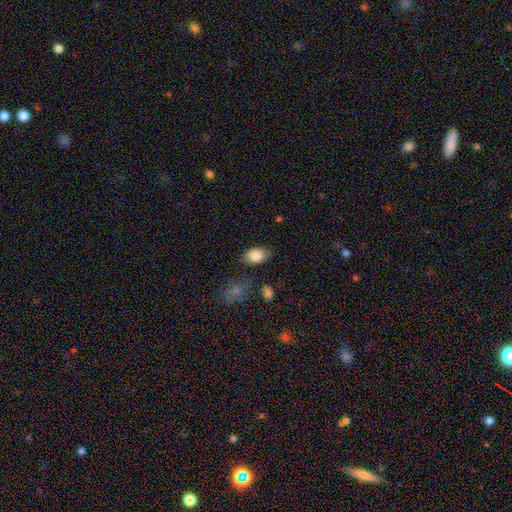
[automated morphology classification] This appears to be a smooth galaxy with no disk features (86%) that is in between round and cigar-shaped (83%). Merging: none (78%).